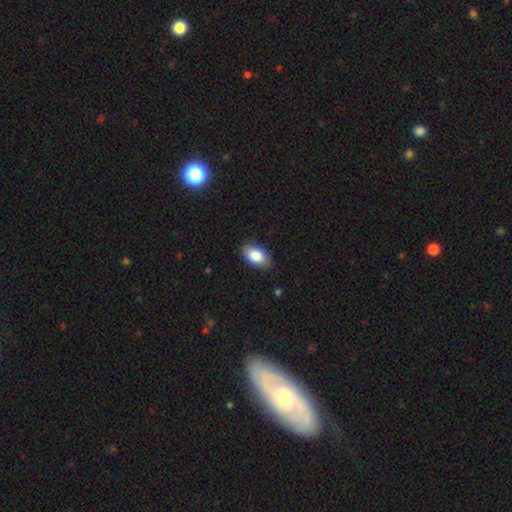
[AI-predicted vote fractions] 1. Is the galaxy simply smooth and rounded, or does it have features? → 85% smooth, 9% featured or disk, 6% star or artifact.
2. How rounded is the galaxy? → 93% in between, 5% round, 2% cigar-shaped.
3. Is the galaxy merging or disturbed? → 86% none, 11% minor disturbance, 2% major disturbance, 1% merger.